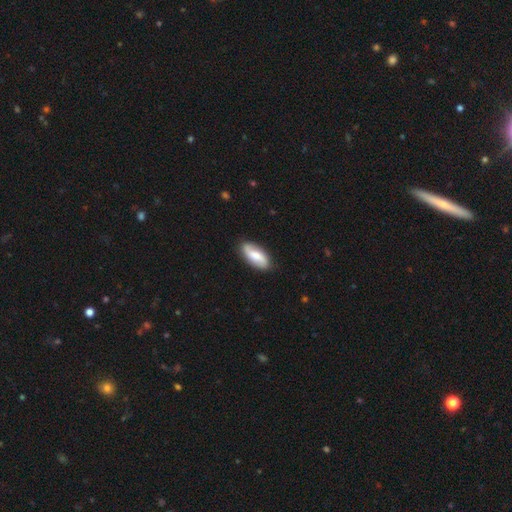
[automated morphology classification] Smooth or featured? Predicted: smooth (p=0.48). Merging? Predicted: none (p=0.85).